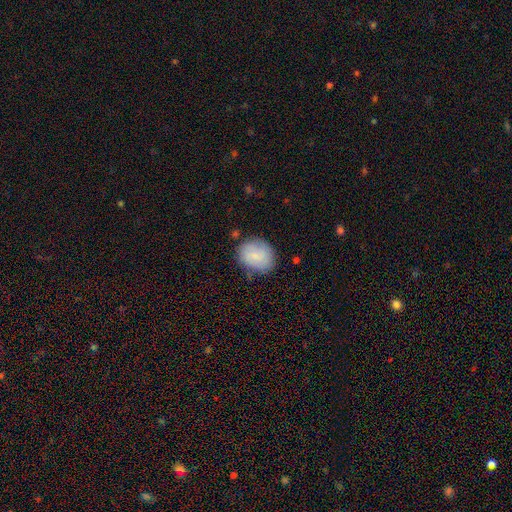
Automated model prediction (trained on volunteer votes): A smooth galaxy with no disk features (79%) that is round (53%).

Vote fractions:
- Smooth or featured? smooth: 79% / featured or disk: 14% / star or artifact: 7%
- How rounded? round: 53% / in between: 46% / cigar-shaped: 1%
- Merging? none: 73% / minor disturbance: 20% / major disturbance: 5% / merger: 3%